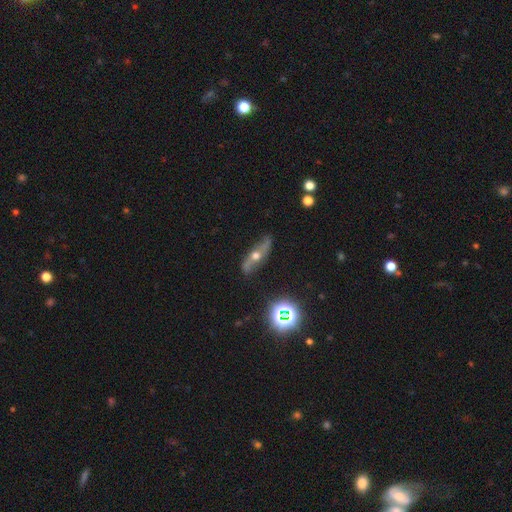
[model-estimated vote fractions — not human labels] smooth-or-featured: featured or disk: 68% | smooth: 20% | star or artifact: 13%
  disk-edge-on: no: 58% | yes: 42%
  merging: none: 78% | minor disturbance: 15% | major disturbance: 5% | merger: 2%